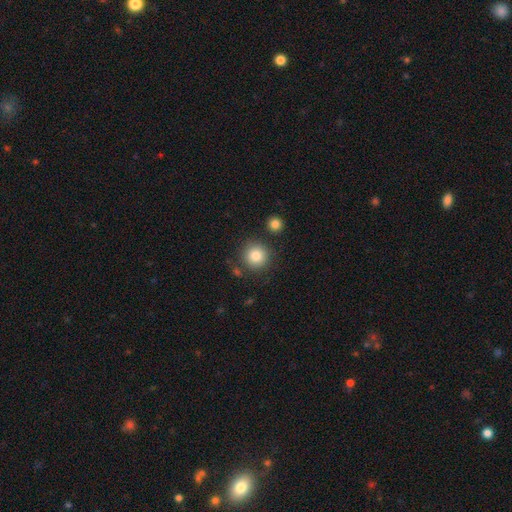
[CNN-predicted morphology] smooth_or_featured: smooth (p=0.85) [alt: star or artifact p=0.09]
how_rounded: round (p=0.93) [alt: in between p=0.06]
merging: none (p=0.82) [alt: minor disturbance p=0.09]